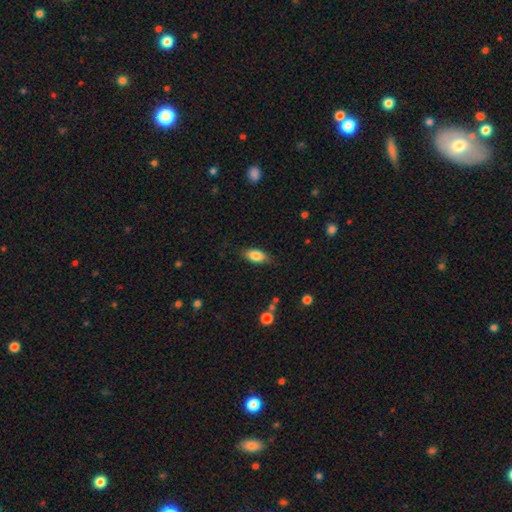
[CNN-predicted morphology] A smooth galaxy with no disk features (82%) that is in between round and cigar-shaped (88%).

Vote fractions:
- Smooth or featured? smooth: 82% / featured or disk: 11% / star or artifact: 7%
- How rounded? in between: 88% / cigar-shaped: 8% / round: 4%
- Merging? none: 79% / minor disturbance: 17% / major disturbance: 3% / merger: 1%